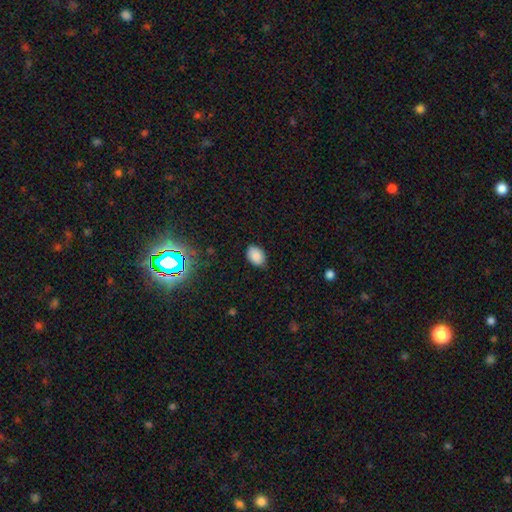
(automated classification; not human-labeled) This is clearly a smooth galaxy (86%). How rounded: clearly in between (81%). Merging: clearly none (84%).